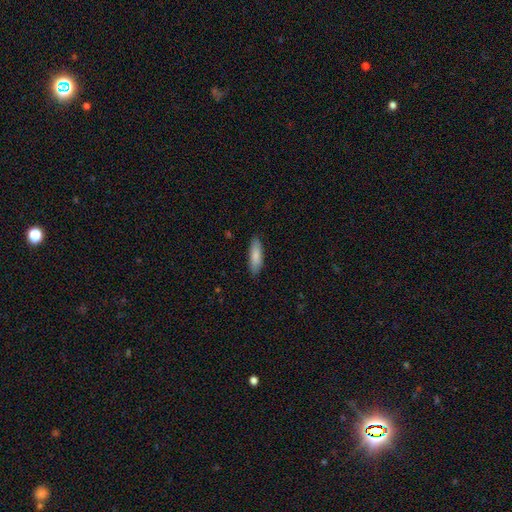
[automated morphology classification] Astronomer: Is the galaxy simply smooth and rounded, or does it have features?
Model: smooth — 85%.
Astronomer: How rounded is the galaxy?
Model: in between — 50% (runner-up: cigar-shaped, 49%).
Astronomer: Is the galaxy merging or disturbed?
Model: none — 87%.